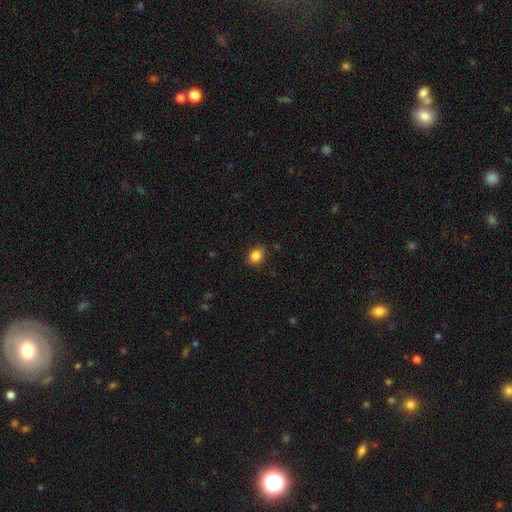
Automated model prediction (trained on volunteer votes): Smooth or featured? Predicted: smooth (p=0.85). How rounded? Predicted: in between (p=0.52). Merging? Predicted: none (p=0.83).